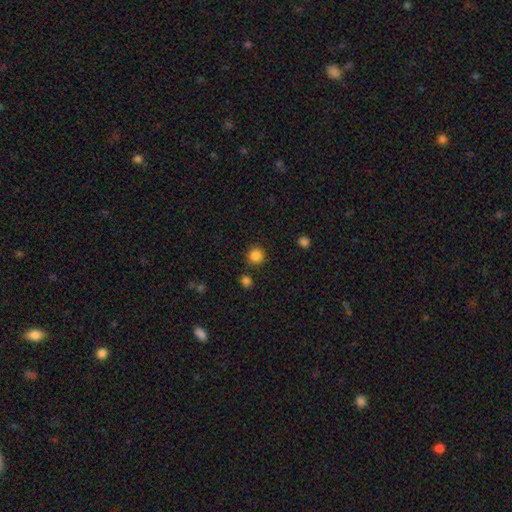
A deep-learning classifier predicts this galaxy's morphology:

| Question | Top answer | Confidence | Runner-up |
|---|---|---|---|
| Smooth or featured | smooth | 85% | star or artifact (11%) |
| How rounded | round | 94% | in between (5%) |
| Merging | none | 87% | minor disturbance (6%) |